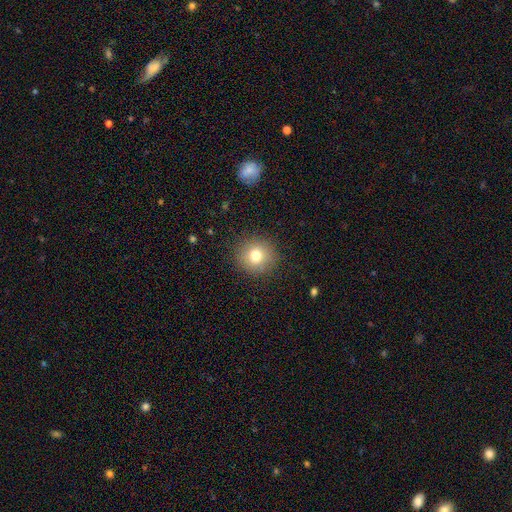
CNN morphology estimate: smooth_or_featured: smooth (p=0.77) [alt: star or artifact p=0.12]
how_rounded: round (p=0.92) [alt: in between p=0.07]
merging: none (p=0.89) [alt: minor disturbance p=0.07]